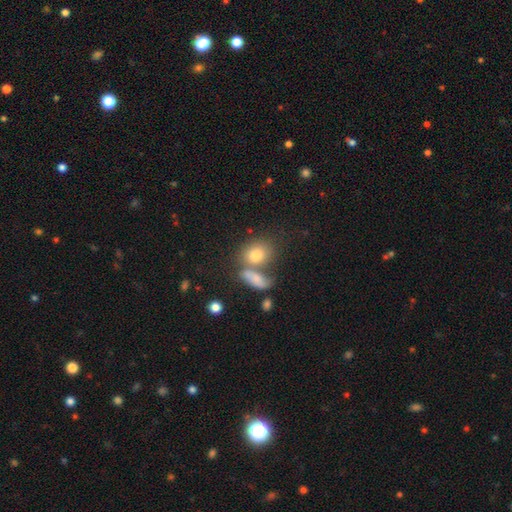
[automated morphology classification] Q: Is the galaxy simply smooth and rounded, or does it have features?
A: smooth — 74%.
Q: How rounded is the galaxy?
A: in between — 56%.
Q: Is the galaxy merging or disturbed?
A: merger — 42%.